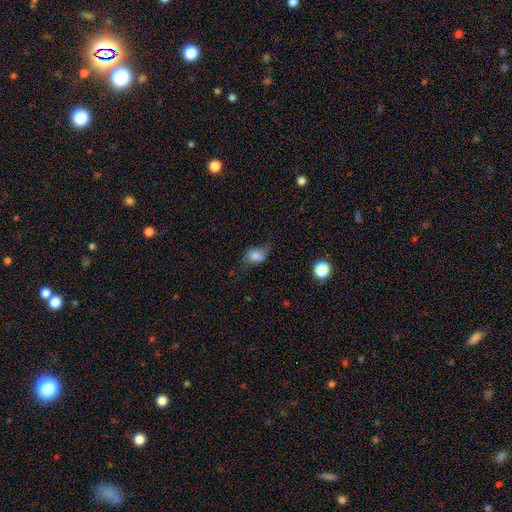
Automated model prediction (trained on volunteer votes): smooth-or-featured: smooth: 64% | featured or disk: 25% | star or artifact: 11%
  how-rounded: in between: 73% | round: 24% | cigar-shaped: 2%
  merging: none: 42% | minor disturbance: 32% | major disturbance: 23% | merger: 3%